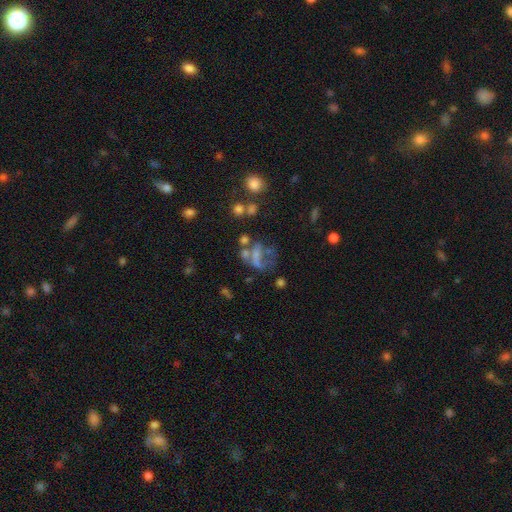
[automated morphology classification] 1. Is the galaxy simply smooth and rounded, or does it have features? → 41% featured or disk, 38% smooth, 21% star or artifact.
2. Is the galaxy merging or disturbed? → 34% major disturbance, 27% none, 23% merger, 15% minor disturbance.